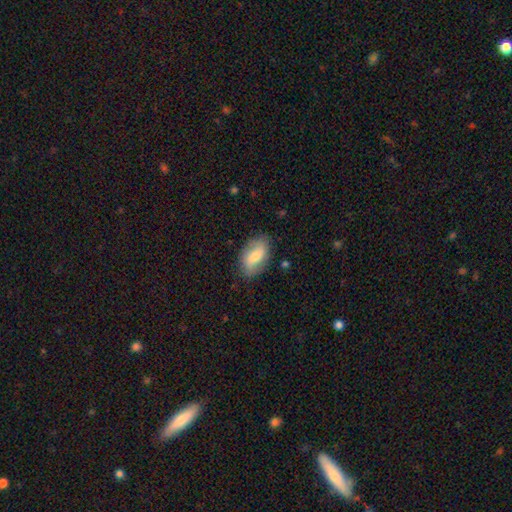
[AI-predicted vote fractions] The model was most divided on "smooth or featured": smooth: 54%, featured or disk: 40%, star or artifact: 7%. More confident: how rounded — in between (89%); merging — none (79%).